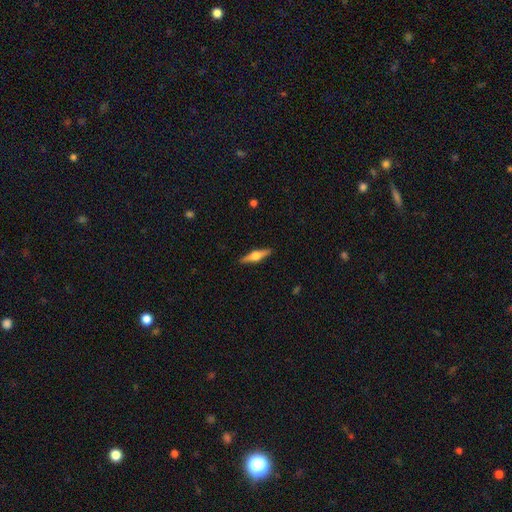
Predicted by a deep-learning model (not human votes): Smooth or featured? featured or disk (68%)
Edge-on disk? yes (97%)
Edge-on bulge? rounded (94%)
Merging? none (91%)